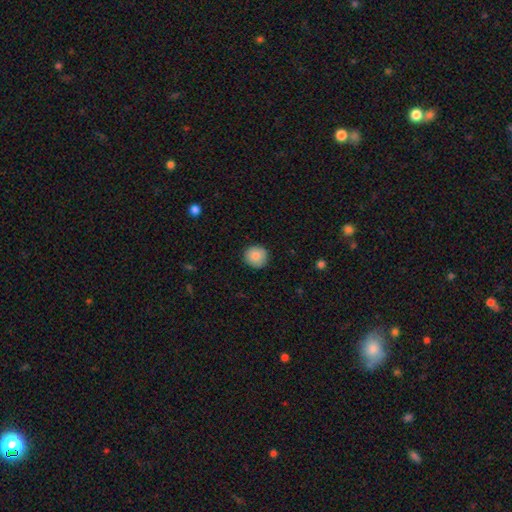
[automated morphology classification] Q: Smooth or featured?
A: smooth (87%); runner-up: star or artifact (8%)
Q: How rounded?
A: round (93%); runner-up: in between (6%)
Q: Merging?
A: none (90%); runner-up: minor disturbance (8%)